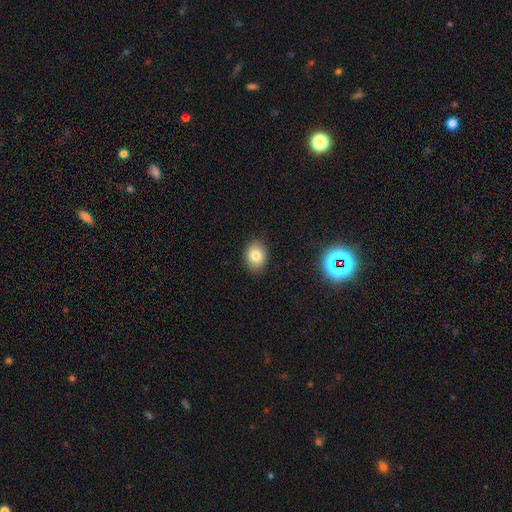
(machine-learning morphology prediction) Smooth or featured? smooth (82%)
How rounded? in between (58%)
Merging? none (88%)